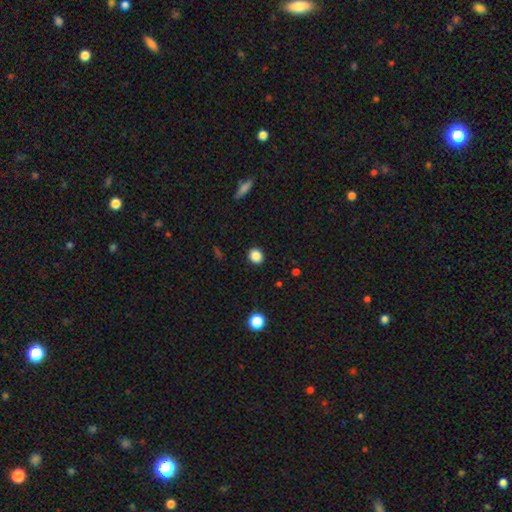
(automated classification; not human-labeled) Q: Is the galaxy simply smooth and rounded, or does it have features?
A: smooth — 86%.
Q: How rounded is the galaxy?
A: round — 76%.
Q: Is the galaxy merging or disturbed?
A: none — 91%.